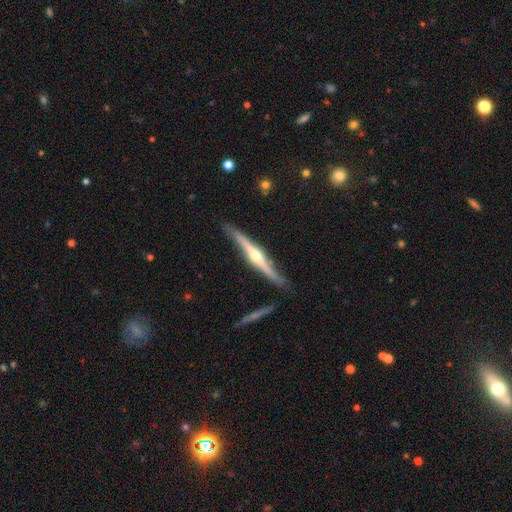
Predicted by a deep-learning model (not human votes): A featured or disk galaxy (80%) viewed edge-on (96%) with a rounded central bulge (90%). Merging: none (82%).